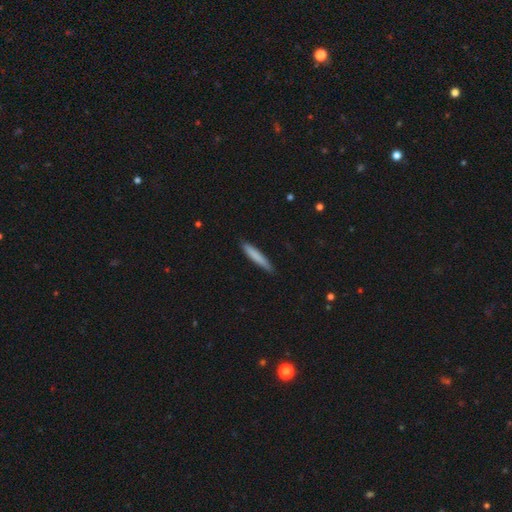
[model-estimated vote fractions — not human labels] A smooth galaxy with no disk features (78%) that is cigar-shaped (94%).

Vote fractions:
- Smooth or featured? smooth: 78% / featured or disk: 16% / star or artifact: 6%
- How rounded? cigar-shaped: 94% / in between: 5% / round: 1%
- Merging? none: 85% / minor disturbance: 12% / major disturbance: 2% / merger: 1%